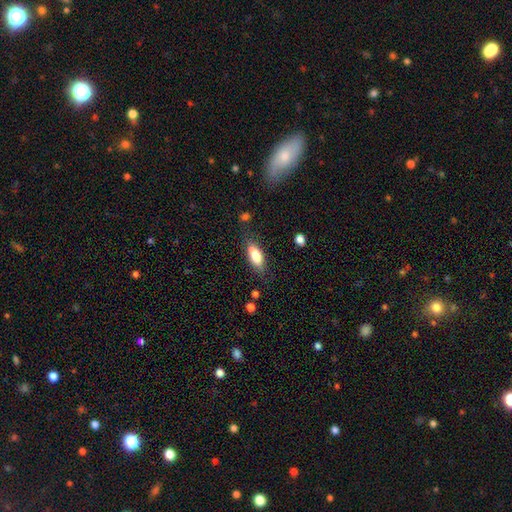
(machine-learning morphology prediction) Smooth or featured: smooth — 76% (featured or disk — 17%)
How rounded: in between — 78% (cigar-shaped — 20%)
Merging: none — 74% (minor disturbance — 18%)